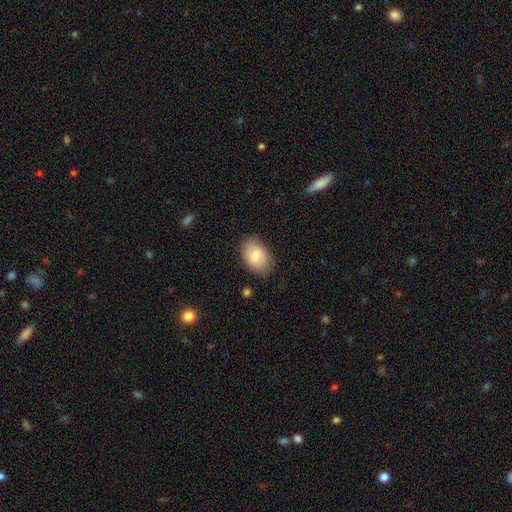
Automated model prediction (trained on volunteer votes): Smooth or featured?
  - smooth: 75% *
  - featured or disk: 18%
  - star or artifact: 6%
How rounded?
  - in between: 83% *
  - round: 16%
  - cigar-shaped: 1%
Merging?
  - none: 79% *
  - minor disturbance: 17%
  - major disturbance: 3%
  - merger: 1%